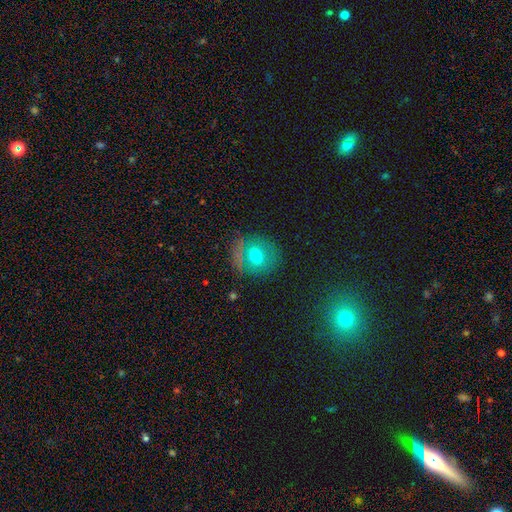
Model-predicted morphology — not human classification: type=smooth (61%); roundness=round (80%); merging=none (81%).